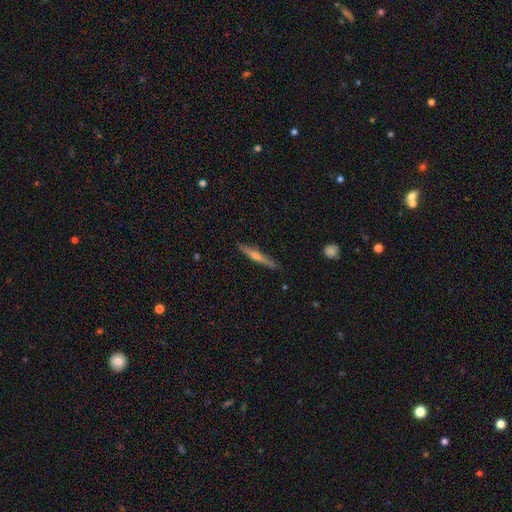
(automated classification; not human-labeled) Smooth or featured? Predicted: featured or disk (p=0.62). Edge-on disk? Predicted: yes (p=0.97). Edge-on bulge? Predicted: rounded (p=0.79). Merging? Predicted: none (p=0.88).